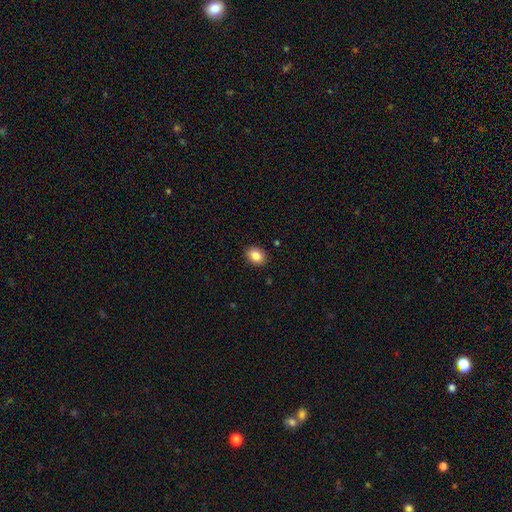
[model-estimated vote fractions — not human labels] smooth 86%, star or artifact 9%, featured or disk 6%. Down the decision tree: how rounded — in between (62%); merging — none (89%).